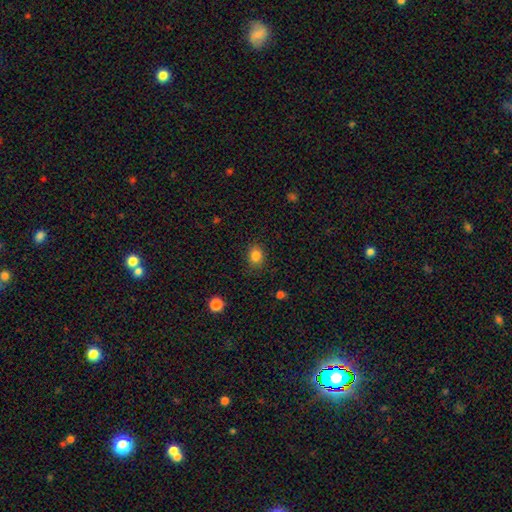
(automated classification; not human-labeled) Smooth or featured? Predicted: smooth (p=0.85). How rounded? Predicted: round (p=0.53). Merging? Predicted: none (p=0.84).